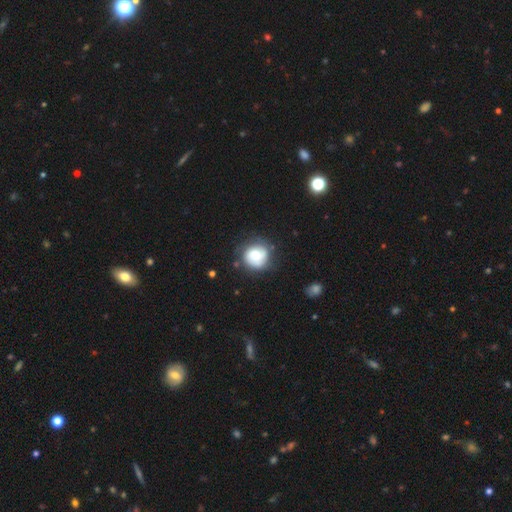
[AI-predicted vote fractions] Smooth or featured?
  - smooth: 59% *
  - featured or disk: 32%
  - star or artifact: 8%
How rounded?
  - round: 84% *
  - in between: 15%
  - cigar-shaped: 1%
Merging?
  - none: 64% *
  - minor disturbance: 24%
  - major disturbance: 9%
  - merger: 3%